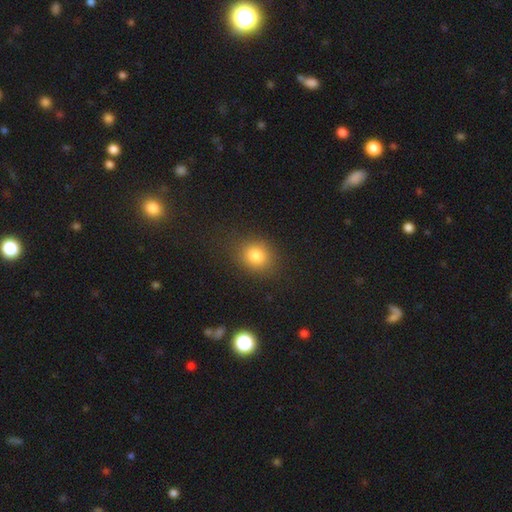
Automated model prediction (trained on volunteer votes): The model was most divided on "how rounded": round: 64%, in between: 35%, cigar-shaped: 1%. More confident: merging — none (82%); smooth or featured — smooth (81%).